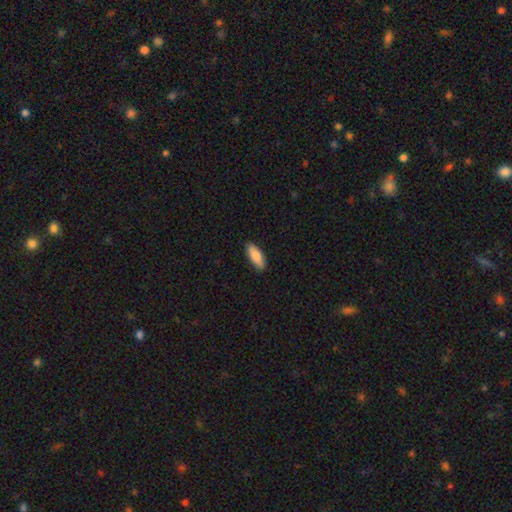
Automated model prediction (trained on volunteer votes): Smooth or featured? smooth (87%)
How rounded? in between (74%)
Merging? none (88%)